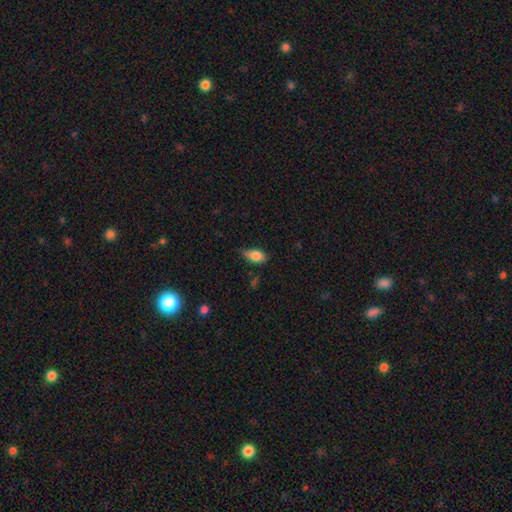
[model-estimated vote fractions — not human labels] Smooth or featured? smooth (82%)
How rounded? in between (88%)
Merging? none (55%)